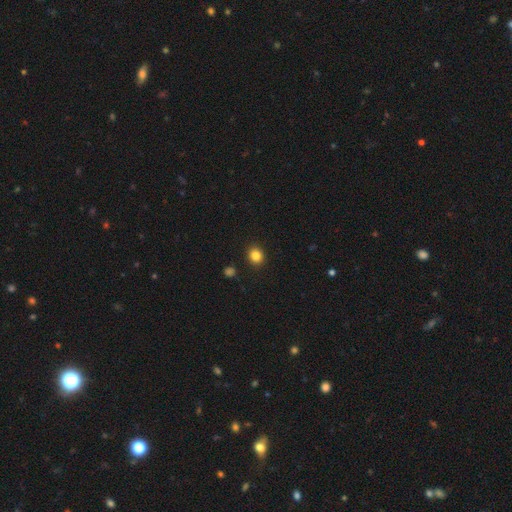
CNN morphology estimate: Smooth or featured? Predicted: smooth (p=0.85). How rounded? Predicted: round (p=0.76). Merging? Predicted: none (p=0.91).